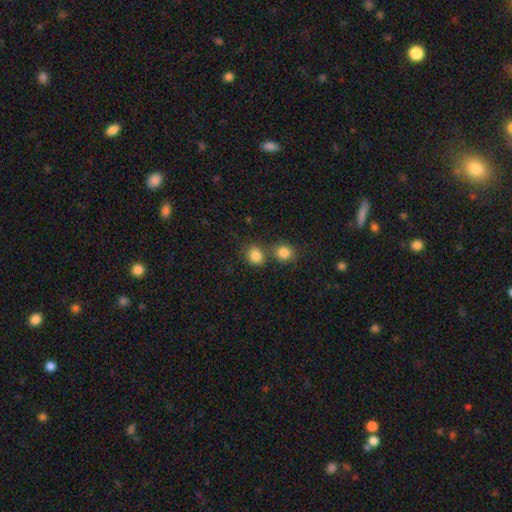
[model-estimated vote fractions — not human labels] smooth-or-featured: smooth: 84% | star or artifact: 11% | featured or disk: 5%
  how-rounded: round: 70% | in between: 29% | cigar-shaped: 1%
  merging: none: 59% | merger: 29% | minor disturbance: 9% | major disturbance: 3%